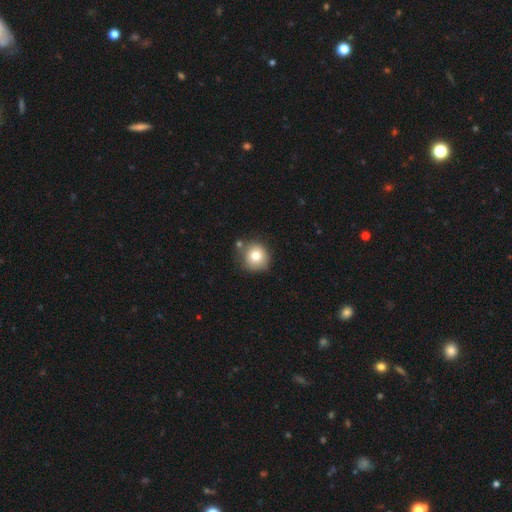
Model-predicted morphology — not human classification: A smooth galaxy with no disk features (77%) that is round (90%). Merging: none (71%).